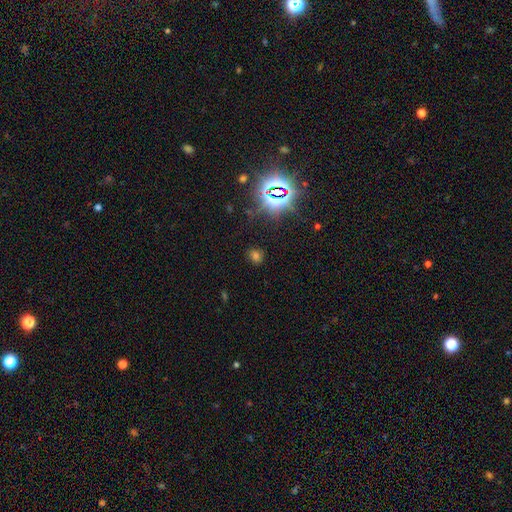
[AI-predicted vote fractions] Smooth or featured? smooth (49%)
Merging? none (83%)